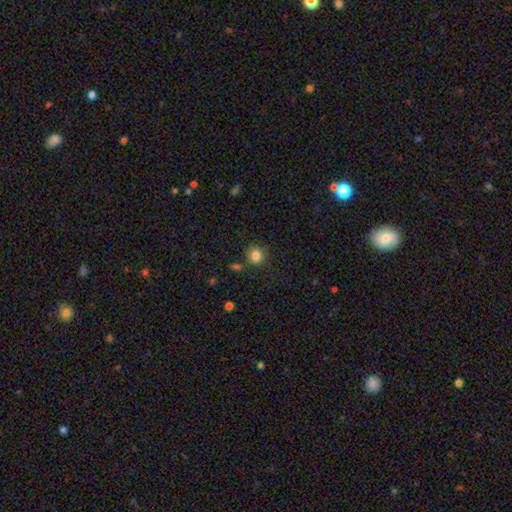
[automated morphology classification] The model was most divided on "merging": none: 78%, minor disturbance: 12%, merger: 6%, major disturbance: 3%. More confident: how rounded — round (88%); smooth or featured — smooth (83%).